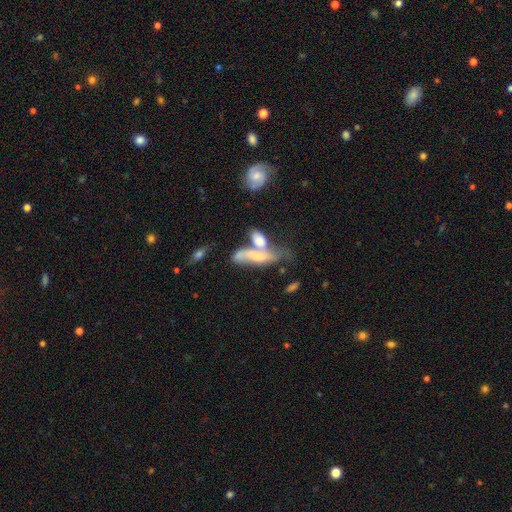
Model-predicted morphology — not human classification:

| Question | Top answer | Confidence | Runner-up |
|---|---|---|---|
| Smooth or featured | smooth | 53% | featured or disk (39%) |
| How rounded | in between | 54% | cigar-shaped (42%) |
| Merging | merger | 55% | none (22%) |